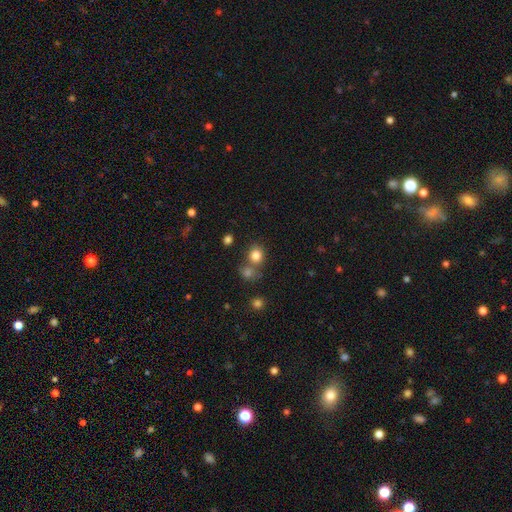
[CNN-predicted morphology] Q: Smooth or featured?
A: smooth (81%); runner-up: star or artifact (13%)
Q: How rounded?
A: round (77%); runner-up: in between (22%)
Q: Merging?
A: none (61%); runner-up: merger (25%)